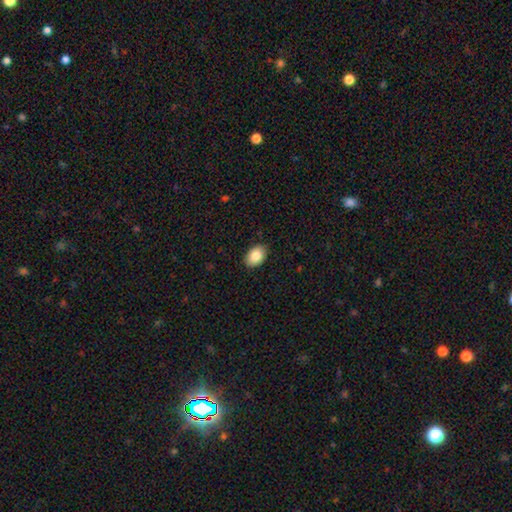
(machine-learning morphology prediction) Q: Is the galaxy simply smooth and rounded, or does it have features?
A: smooth — 86%.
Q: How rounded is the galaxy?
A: in between — 85%.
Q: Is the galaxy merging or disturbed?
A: none — 87%.